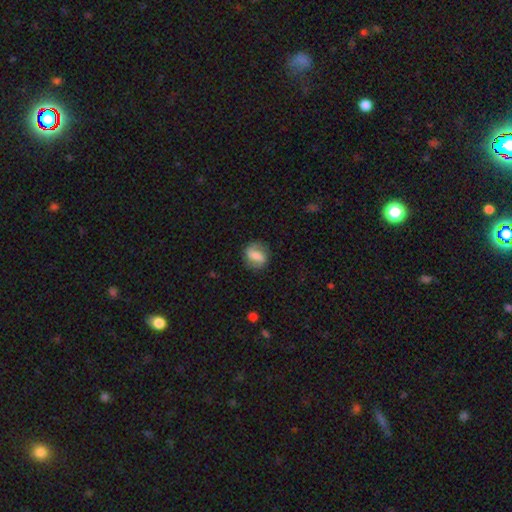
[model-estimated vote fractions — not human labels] Overall: smooth (49%; featured or disk 43%). Merging: none (78%).